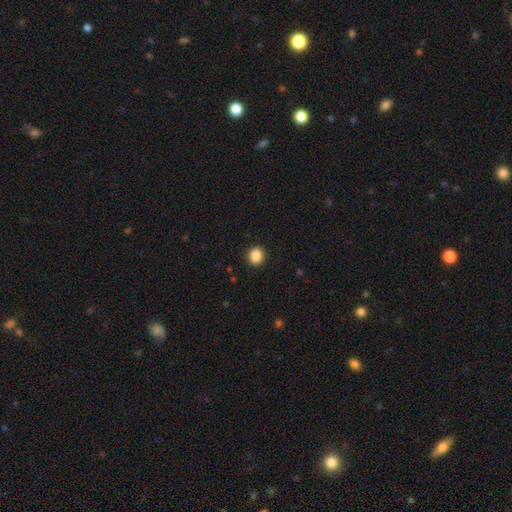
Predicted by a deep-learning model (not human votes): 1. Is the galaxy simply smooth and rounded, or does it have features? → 88% smooth, 9% star or artifact, 3% featured or disk.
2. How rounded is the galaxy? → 73% round, 26% in between, 1% cigar-shaped.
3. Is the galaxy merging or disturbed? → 91% none, 6% minor disturbance, 2% major disturbance, 1% merger.